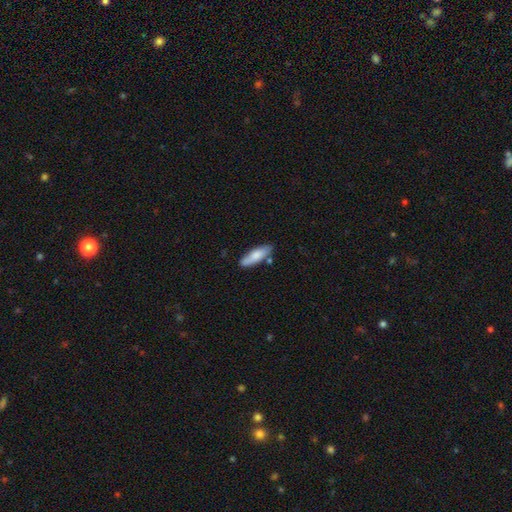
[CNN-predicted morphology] Smooth or featured? Predicted: smooth (p=0.78). How rounded? Predicted: in between (p=0.53). Merging? Predicted: none (p=0.77).